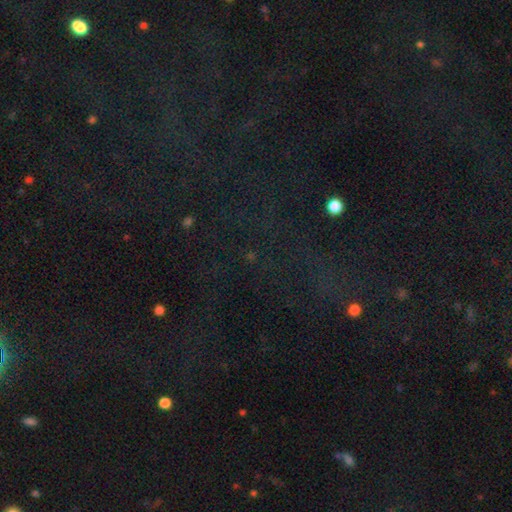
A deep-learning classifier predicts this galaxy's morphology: This is likely a star or artifact rather than a galaxy (75%).